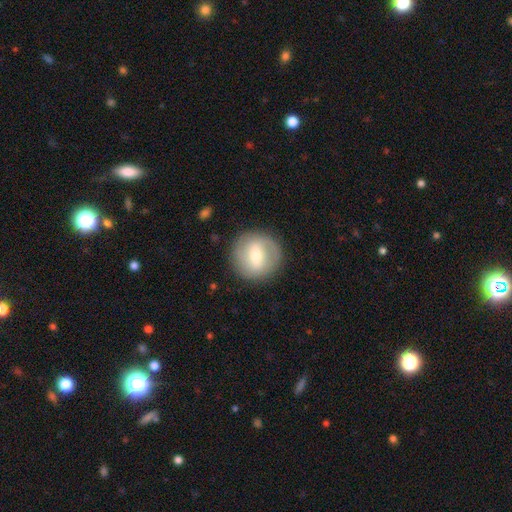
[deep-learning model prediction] Smooth or featured? smooth (48%)
Merging? none (87%)